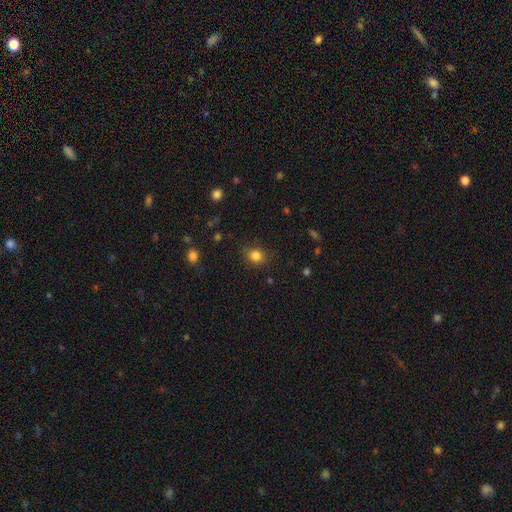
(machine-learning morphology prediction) type=smooth (83%); roundness=round (78%); merging=none (84%).